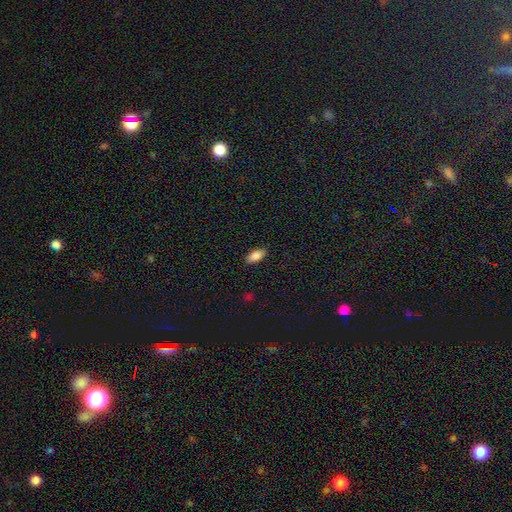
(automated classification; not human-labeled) smooth-or-featured: smooth: 85% | featured or disk: 8% | star or artifact: 7%
  how-rounded: in between: 86% | cigar-shaped: 12% | round: 2%
  merging: none: 88% | minor disturbance: 9% | major disturbance: 2% | merger: 1%